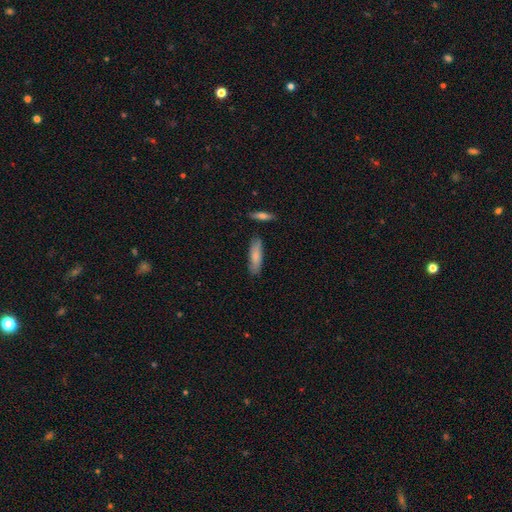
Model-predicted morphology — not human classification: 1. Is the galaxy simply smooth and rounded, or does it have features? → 80% smooth, 14% featured or disk, 5% star or artifact.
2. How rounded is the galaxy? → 54% cigar-shaped, 44% in between, 2% round.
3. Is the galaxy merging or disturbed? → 81% none, 13% minor disturbance, 3% merger, 2% major disturbance.